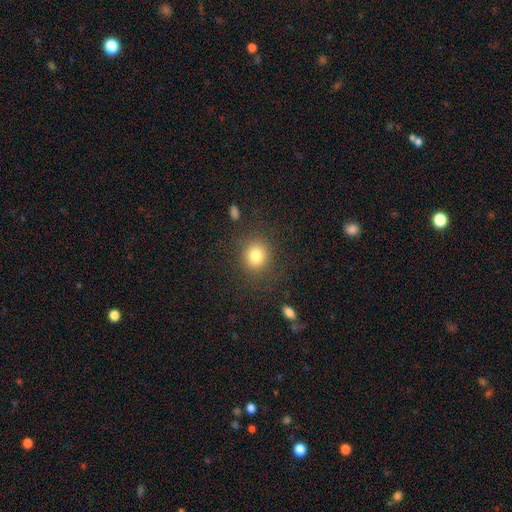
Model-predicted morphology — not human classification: smooth 81%, star or artifact 11%, featured or disk 8%. Down the decision tree: how rounded — round (82%); merging — none (84%).